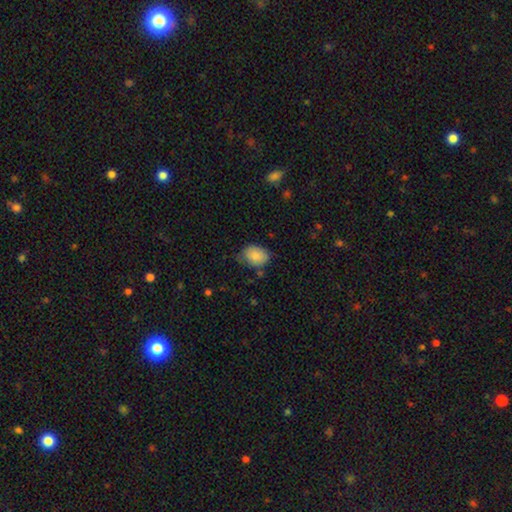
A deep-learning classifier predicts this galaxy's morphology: smooth-or-featured: smooth: 86% | star or artifact: 7% | featured or disk: 7%
  how-rounded: in between: 68% | round: 31% | cigar-shaped: 1%
  merging: none: 65% | minor disturbance: 27% | major disturbance: 6% | merger: 3%